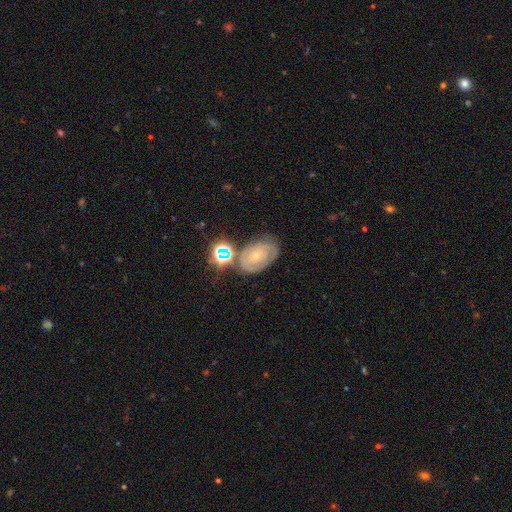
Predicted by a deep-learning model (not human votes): A featured or disk galaxy (53%) with no bar (80%), spiral arms (69%) and a small central bulge (71%).

Vote fractions:
- Smooth or featured? featured or disk: 53% / smooth: 31% / star or artifact: 16%
- Edge-on disk? no: 95% / yes: 5%
- Bar? no: 80% / weak: 16% / strong: 4%
- Spiral arms? yes: 69% / no: 31%
- Bulge size? small: 71% / moderate: 23% / none: 3% / large: 2% / dominant: 1%
- Merging? none: 60% / minor disturbance: 21% / merger: 10% / major disturbance: 8%